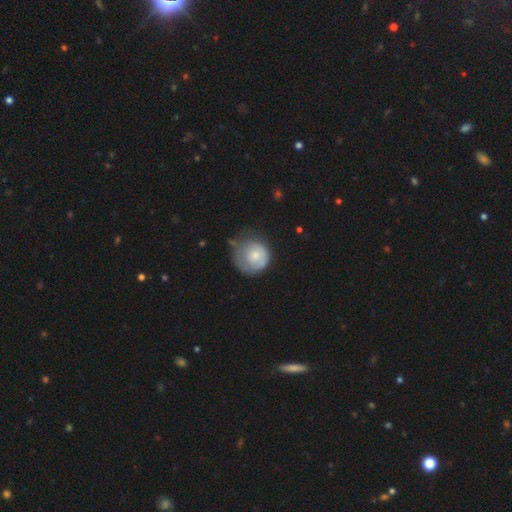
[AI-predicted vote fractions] Q: Smooth or featured?
A: smooth (64%); runner-up: featured or disk (30%)
Q: How rounded?
A: round (88%); runner-up: in between (11%)
Q: Merging?
A: none (42%); runner-up: minor disturbance (33%)